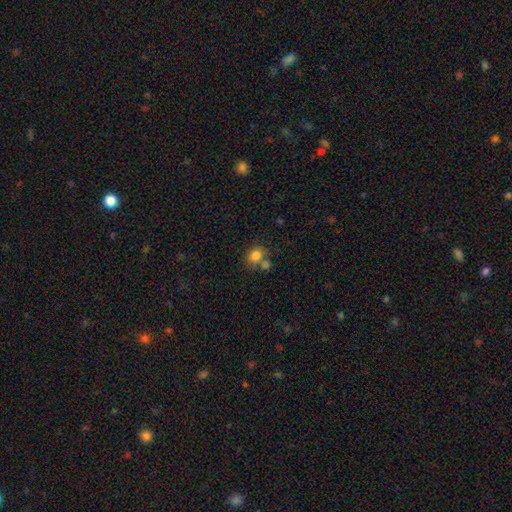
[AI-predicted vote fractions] smooth 80%, star or artifact 10%, featured or disk 9%. Down the decision tree: how rounded — round (53%); merging — none (49%).